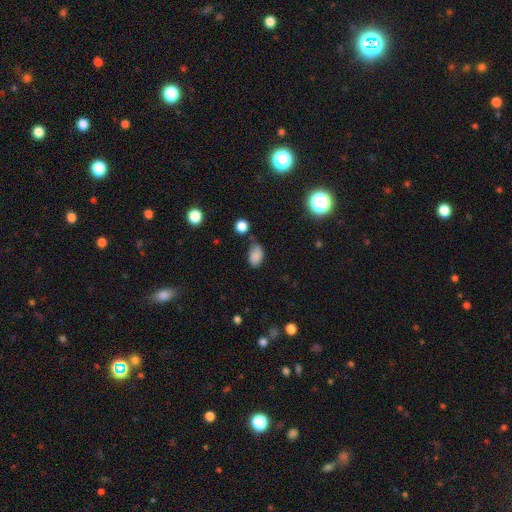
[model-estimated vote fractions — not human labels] A smooth galaxy with no disk features (84%) that is in between round and cigar-shaped (88%). Merging: none (63%).